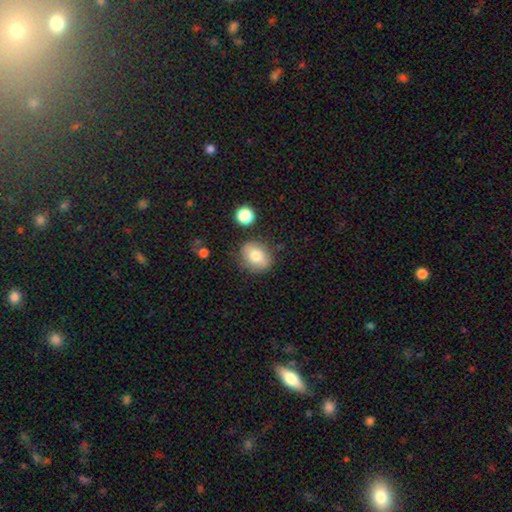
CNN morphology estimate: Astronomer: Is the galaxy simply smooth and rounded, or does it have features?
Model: smooth — 75%.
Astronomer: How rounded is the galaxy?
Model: round — 59% (runner-up: in between, 40%).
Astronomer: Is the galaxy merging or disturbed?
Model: none — 78%.